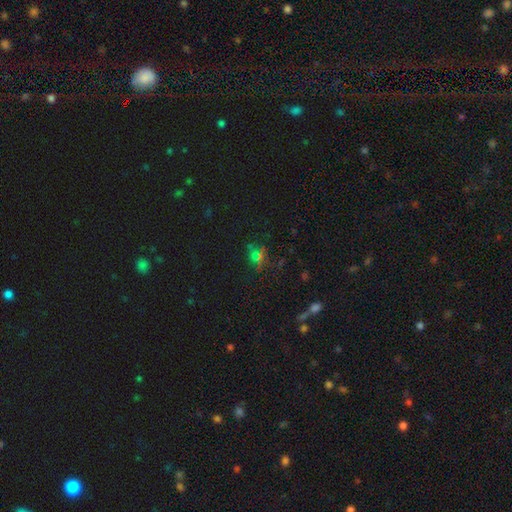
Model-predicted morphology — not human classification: A star or artifact, not a galaxy (56%).